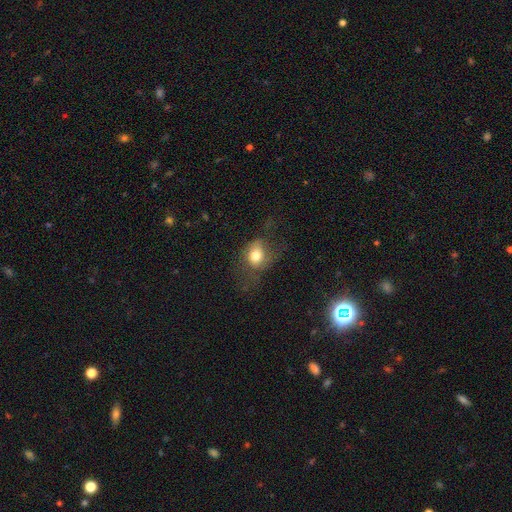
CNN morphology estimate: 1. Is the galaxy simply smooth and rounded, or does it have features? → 71% smooth, 18% featured or disk, 10% star or artifact.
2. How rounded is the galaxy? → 50% in between, 48% round, 2% cigar-shaped.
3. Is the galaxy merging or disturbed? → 40% none, 32% major disturbance, 25% minor disturbance, 2% merger.